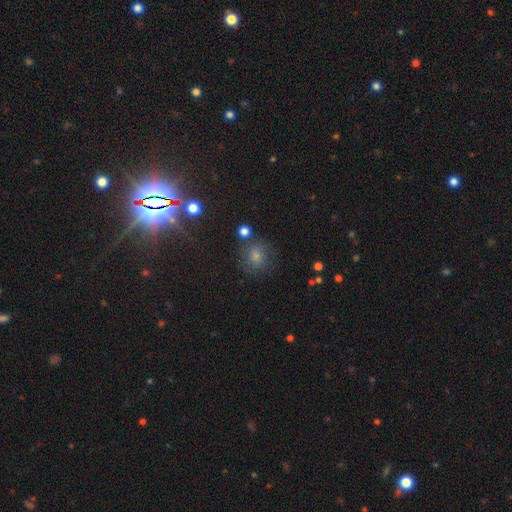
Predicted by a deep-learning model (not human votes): Smooth or featured?
  - smooth: 75% *
  - star or artifact: 13%
  - featured or disk: 11%
How rounded?
  - round: 78% *
  - in between: 21%
  - cigar-shaped: 1%
Merging?
  - none: 69% *
  - minor disturbance: 17%
  - major disturbance: 9%
  - merger: 6%